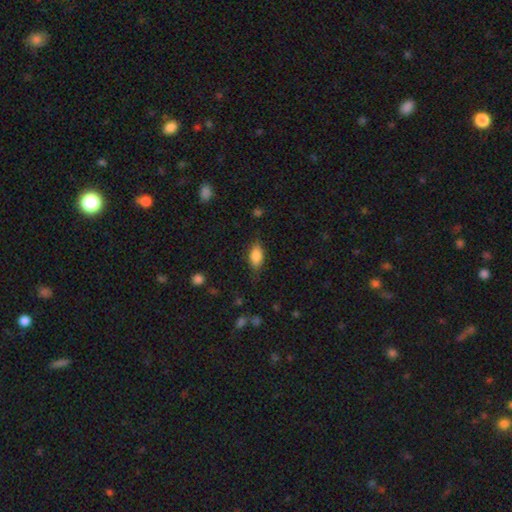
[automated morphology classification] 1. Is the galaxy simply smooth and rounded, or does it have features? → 81% smooth, 11% featured or disk, 8% star or artifact.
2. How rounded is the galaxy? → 87% in between, 8% cigar-shaped, 5% round.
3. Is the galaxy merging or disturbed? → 75% none, 19% minor disturbance, 5% major disturbance, 1% merger.